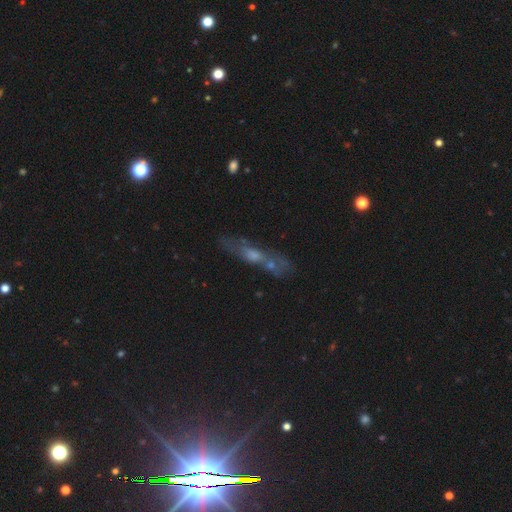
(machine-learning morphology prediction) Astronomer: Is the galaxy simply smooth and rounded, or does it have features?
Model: featured or disk — 43% (runner-up: smooth, 31%).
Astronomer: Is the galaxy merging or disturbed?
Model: none — 51%.